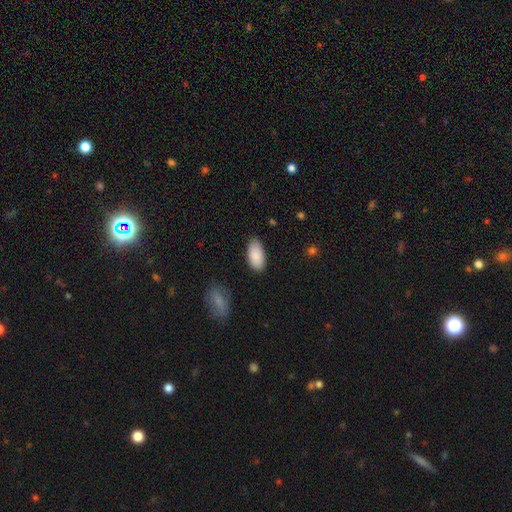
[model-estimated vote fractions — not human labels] Smooth or featured?
  - smooth: 88% *
  - star or artifact: 6%
  - featured or disk: 6%
How rounded?
  - in between: 95% *
  - cigar-shaped: 3%
  - round: 3%
Merging?
  - none: 81% *
  - minor disturbance: 14%
  - major disturbance: 3%
  - merger: 2%